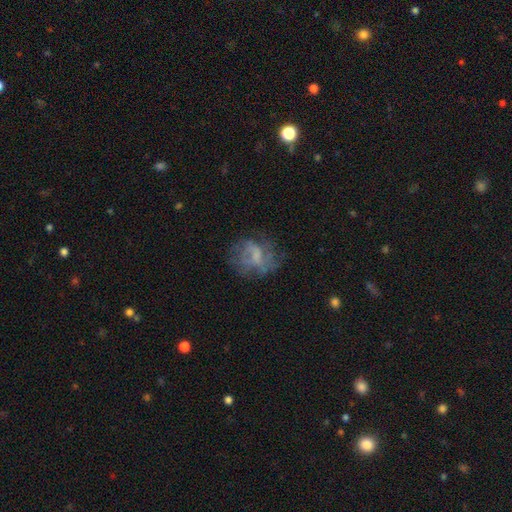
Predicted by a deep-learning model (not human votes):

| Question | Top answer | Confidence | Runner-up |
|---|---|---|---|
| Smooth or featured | featured or disk | 56% | smooth (32%) |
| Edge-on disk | no | 98% | yes (2%) |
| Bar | no | 57% | weak (36%) |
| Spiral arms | no | 53% | yes (47%) |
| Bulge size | none | 40% | small (30%) |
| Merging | none | 53% | major disturbance (24%) |